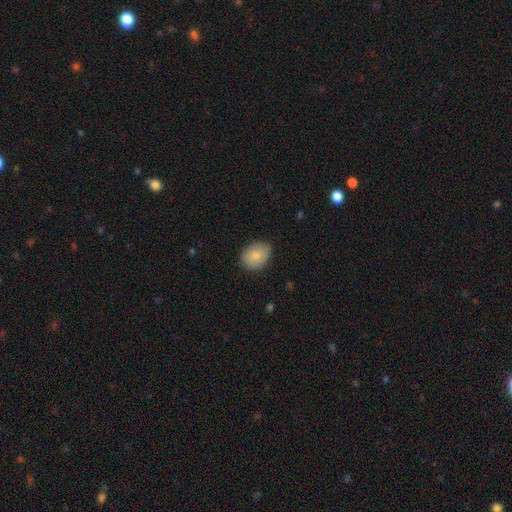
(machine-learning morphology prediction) This appears to be a smooth galaxy with no disk features (85%) that is in between round and cigar-shaped (66%). Merging: none (84%).